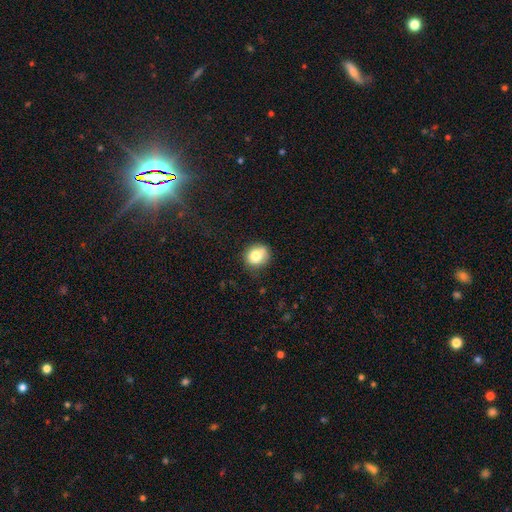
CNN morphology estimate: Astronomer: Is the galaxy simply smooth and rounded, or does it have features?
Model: smooth — 79%.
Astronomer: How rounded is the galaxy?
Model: round — 78%.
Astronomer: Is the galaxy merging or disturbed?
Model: none — 76%.